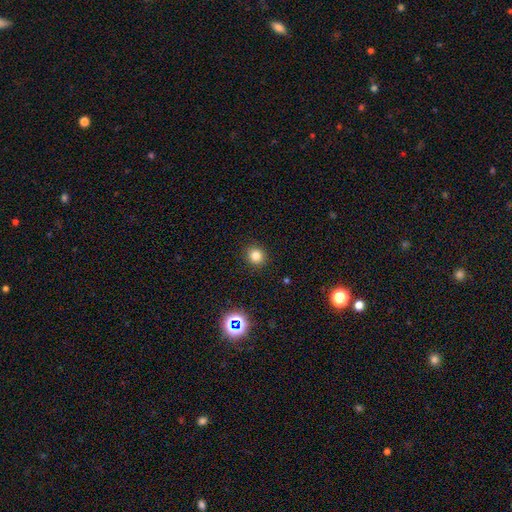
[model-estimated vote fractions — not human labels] smooth_or_featured: smooth (p=0.79) [alt: star or artifact p=0.15]
how_rounded: round (p=0.86) [alt: in between p=0.13]
merging: none (p=0.91) [alt: minor disturbance p=0.06]